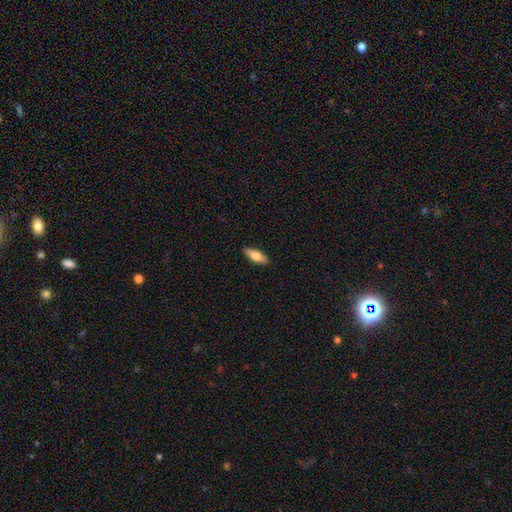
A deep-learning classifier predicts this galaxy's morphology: A smooth galaxy with no disk features (71%) that is in between round and cigar-shaped (71%).

Vote fractions:
- Smooth or featured? smooth: 71% / featured or disk: 23% / star or artifact: 6%
- How rounded? in between: 71% / cigar-shaped: 26% / round: 2%
- Merging? none: 90% / minor disturbance: 7% / major disturbance: 2% / merger: 1%